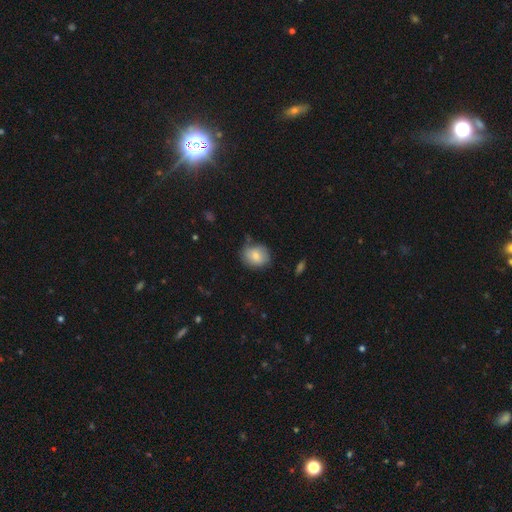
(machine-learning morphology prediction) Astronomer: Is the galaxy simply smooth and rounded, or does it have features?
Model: smooth — 78%.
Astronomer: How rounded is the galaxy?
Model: round — 63%.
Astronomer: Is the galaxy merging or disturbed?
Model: none — 69%.